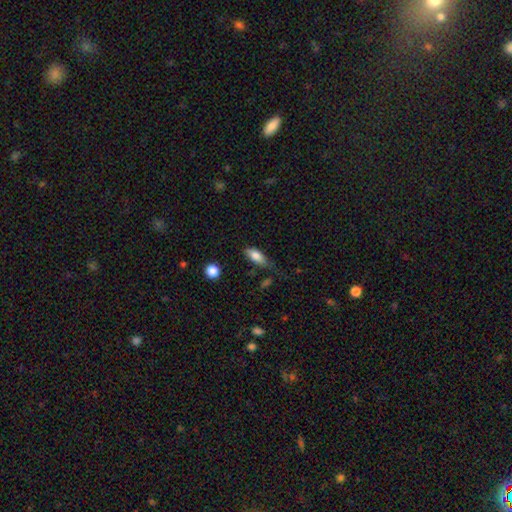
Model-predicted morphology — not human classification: Smooth or featured? smooth (81%)
How rounded? in between (81%)
Merging? none (55%)